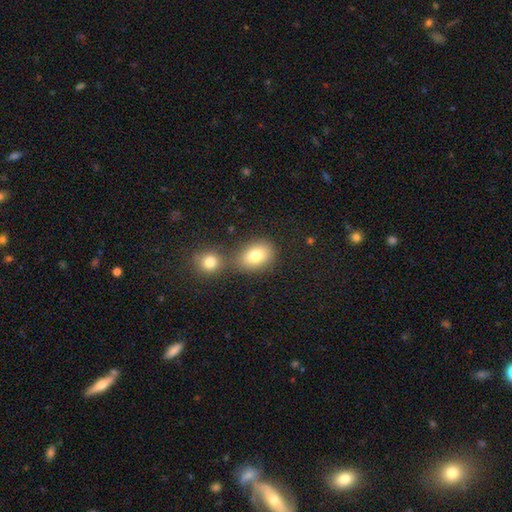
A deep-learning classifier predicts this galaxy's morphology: A smooth galaxy with no disk features (81%) that is in between round and cigar-shaped (70%). Merging: none (56%).